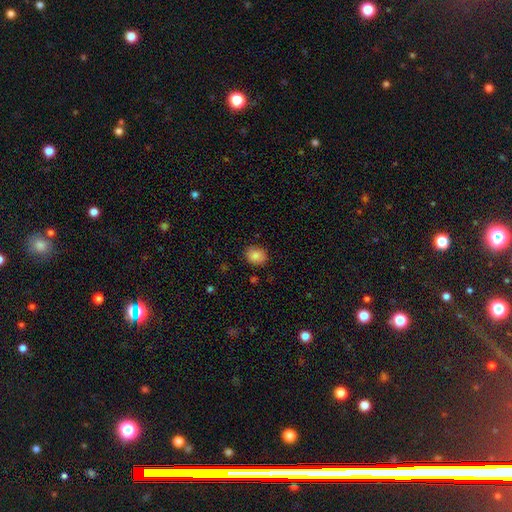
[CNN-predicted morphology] Smooth or featured: smooth — 86% (star or artifact — 9%)
How rounded: round — 58% (in between — 41%)
Merging: none — 85% (minor disturbance — 11%)